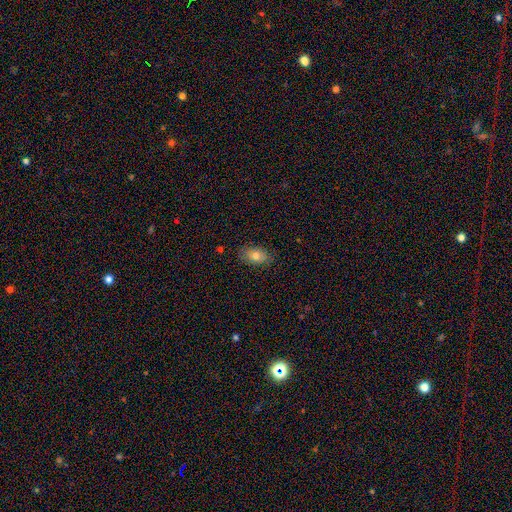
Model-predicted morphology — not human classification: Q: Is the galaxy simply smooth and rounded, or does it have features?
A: smooth — 74%.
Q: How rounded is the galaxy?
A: in between — 89%.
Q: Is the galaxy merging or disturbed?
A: none — 84%.